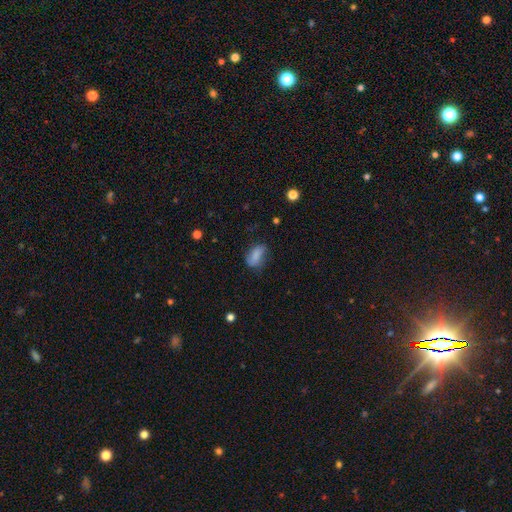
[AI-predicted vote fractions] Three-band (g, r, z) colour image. It shows a smooth galaxy with no disk features (75%) that is in between round and cigar-shaped (87%). Merging: none (58%).